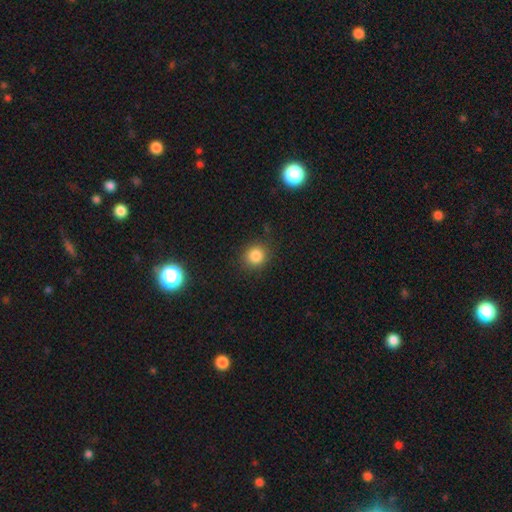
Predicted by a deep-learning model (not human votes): Q: Smooth or featured?
A: smooth (84%); runner-up: star or artifact (12%)
Q: How rounded?
A: round (85%); runner-up: in between (14%)
Q: Merging?
A: none (86%); runner-up: minor disturbance (9%)